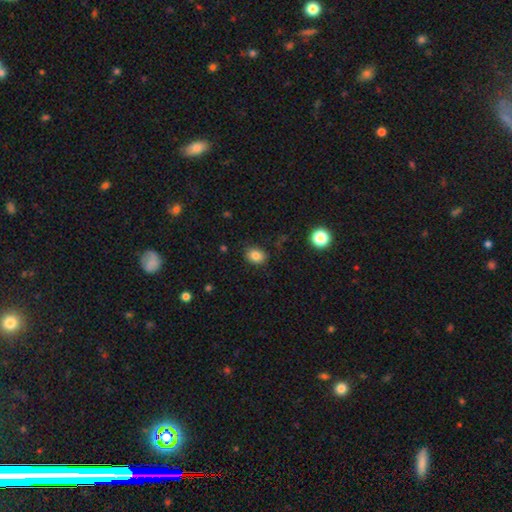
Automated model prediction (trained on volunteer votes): Q: Smooth or featured?
A: smooth (83%); runner-up: star or artifact (10%)
Q: How rounded?
A: in between (59%); runner-up: round (40%)
Q: Merging?
A: none (85%); runner-up: minor disturbance (11%)